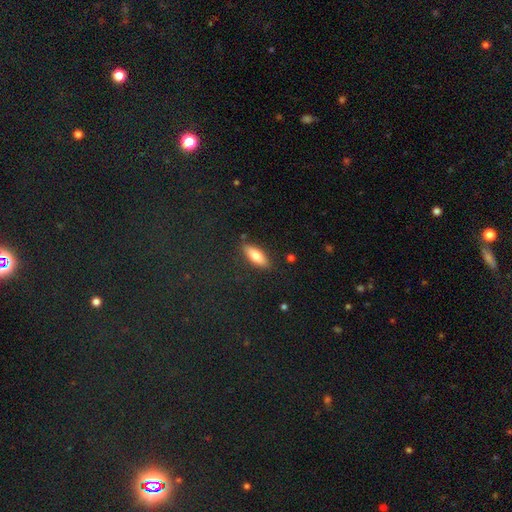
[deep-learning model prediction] Smooth or featured?
  - smooth: 74% *
  - featured or disk: 19%
  - star or artifact: 7%
How rounded?
  - in between: 65% *
  - cigar-shaped: 32%
  - round: 3%
Merging?
  - none: 85% *
  - minor disturbance: 10%
  - major disturbance: 2%
  - merger: 2%